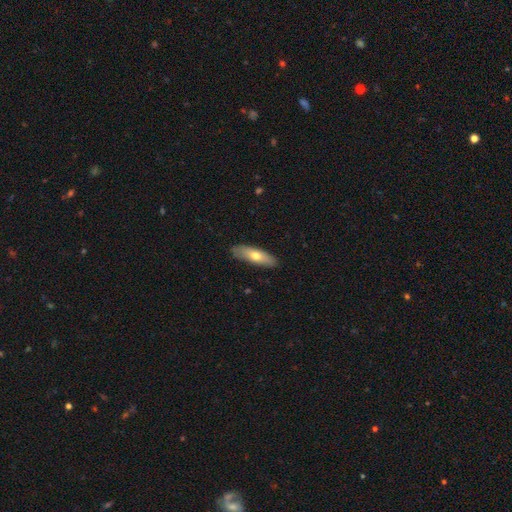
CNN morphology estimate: Q: Smooth or featured?
A: smooth (63%); runner-up: featured or disk (31%)
Q: How rounded?
A: cigar-shaped (49%); runner-up: in between (48%)
Q: Merging?
A: none (87%); runner-up: minor disturbance (10%)